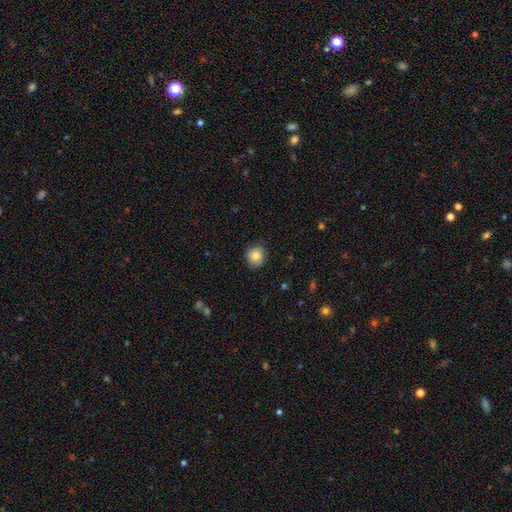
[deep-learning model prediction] Smooth or featured: smooth — 80% (featured or disk — 11%)
How rounded: round — 79% (in between — 20%)
Merging: none — 82% (minor disturbance — 15%)